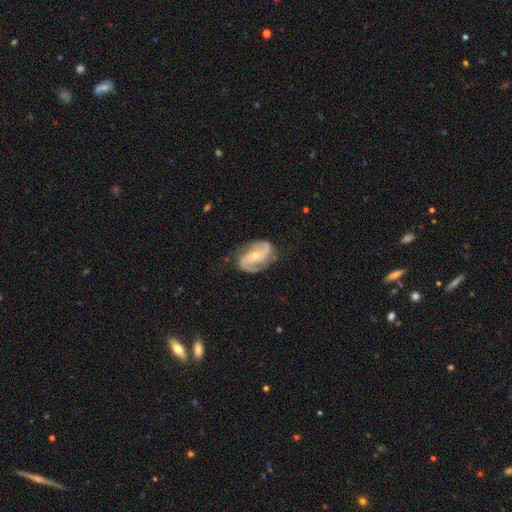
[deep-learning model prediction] featured or disk 88%, smooth 8%, star or artifact 5%. Down the decision tree: edge-on disk — no (97%); bar — no (60%); spiral arms — yes (97%); spiral arm count — 2 (86%); spiral winding — medium (48%); bulge size — small (56%); merging — none (73%).